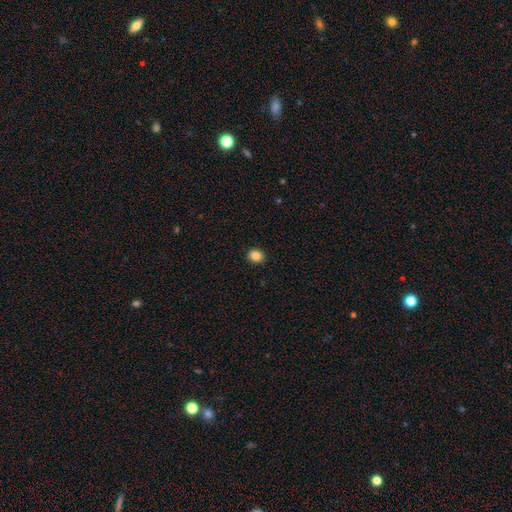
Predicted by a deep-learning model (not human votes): Smooth or featured? smooth (86%)
How rounded? round (69%)
Merging? none (91%)